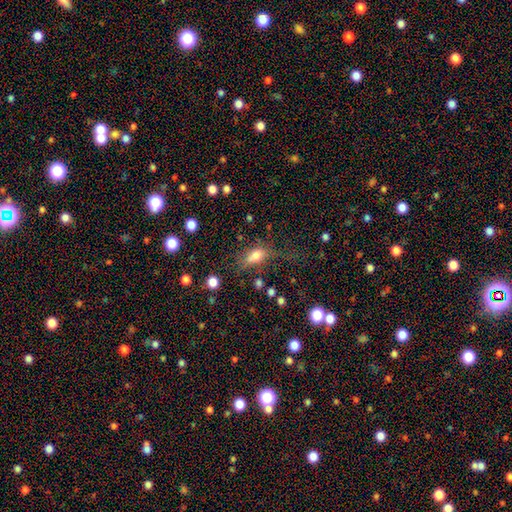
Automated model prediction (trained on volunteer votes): Q: Smooth or featured?
A: smooth (74%); runner-up: featured or disk (14%)
Q: How rounded?
A: in between (79%); runner-up: round (12%)
Q: Merging?
A: none (48%); runner-up: minor disturbance (23%)